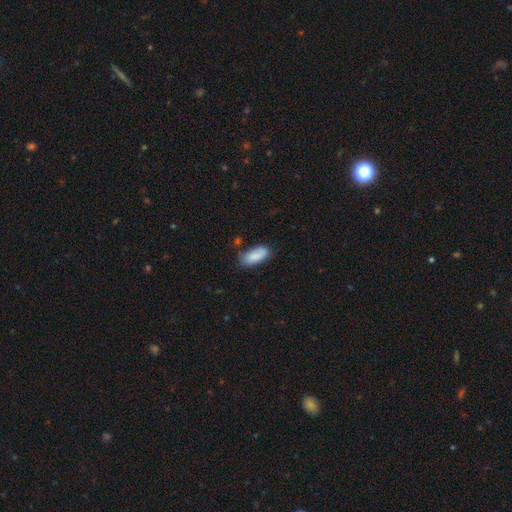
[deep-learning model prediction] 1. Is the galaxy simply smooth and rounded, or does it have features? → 86% smooth, 7% featured or disk, 7% star or artifact.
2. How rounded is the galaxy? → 88% in between, 10% cigar-shaped, 2% round.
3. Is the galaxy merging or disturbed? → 66% none, 25% minor disturbance, 5% major disturbance, 4% merger.